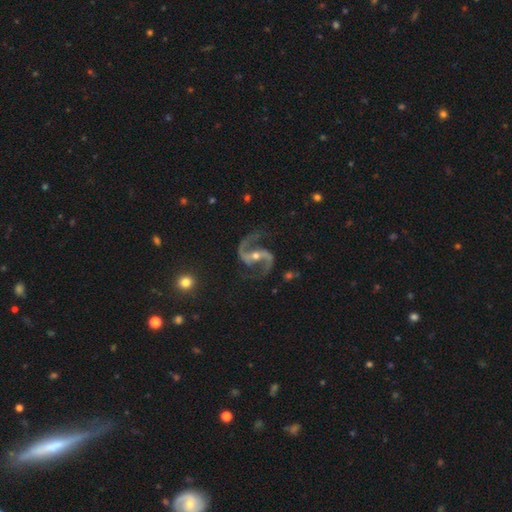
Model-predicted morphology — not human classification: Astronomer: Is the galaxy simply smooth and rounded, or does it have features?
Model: featured or disk — 94%.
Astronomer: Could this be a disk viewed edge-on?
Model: no — 98%.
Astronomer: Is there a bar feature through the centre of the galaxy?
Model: strong — 41% (runner-up: weak, 33%).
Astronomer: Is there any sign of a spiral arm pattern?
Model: yes — 99%.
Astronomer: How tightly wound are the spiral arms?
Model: medium — 56% (runner-up: loose, 34%).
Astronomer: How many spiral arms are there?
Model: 2 — 95%.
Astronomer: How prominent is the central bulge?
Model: small — 50% (runner-up: moderate, 46%).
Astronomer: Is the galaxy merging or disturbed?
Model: none — 81%.